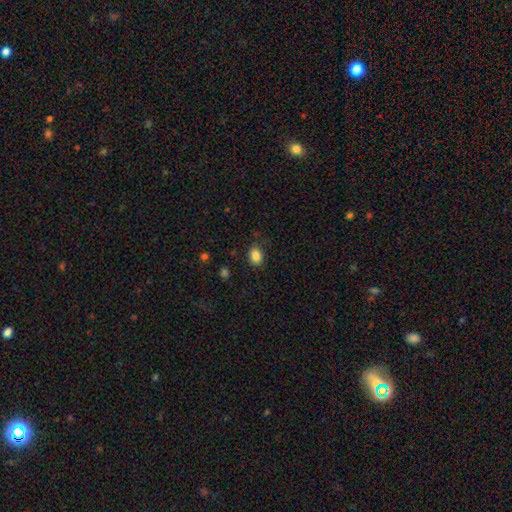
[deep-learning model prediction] This is clearly a smooth galaxy (85%). How rounded: likely in between (60%). Merging: clearly none (81%).